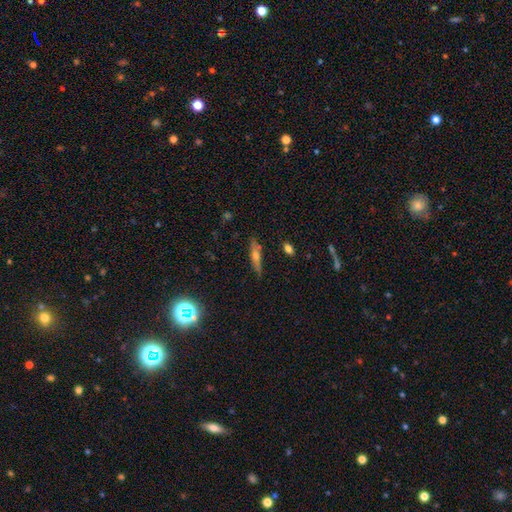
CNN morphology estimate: Smooth or featured: featured or disk — 48% (smooth — 40%)
Merging: none — 81% (minor disturbance — 13%)